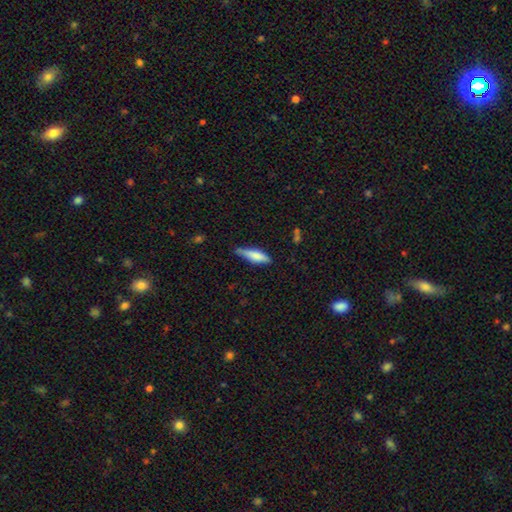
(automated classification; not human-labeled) smooth_or_featured: smooth (p=0.67) [alt: featured or disk p=0.27]
how_rounded: cigar-shaped (p=0.62) [alt: in between p=0.36]
merging: none (p=0.68) [alt: minor disturbance p=0.25]